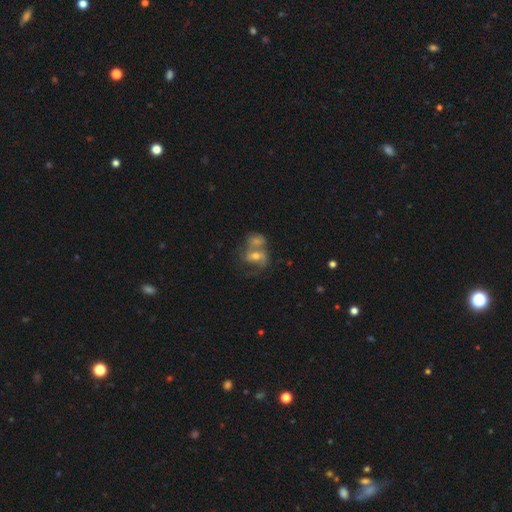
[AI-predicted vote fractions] Smooth or featured? featured or disk (54%)
Edge-on disk? no (95%)
Bar? no (46%)
Spiral arms? yes (66%)
Bulge size? moderate (61%)
Merging? merger (60%)